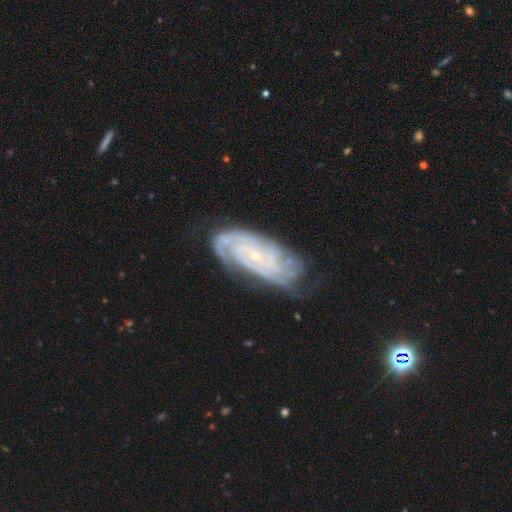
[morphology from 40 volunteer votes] featured or disk 80%, smooth 12%, star or artifact 8%. Down the decision tree: edge-on disk — no (94%); bar — no (60%); spiral arms — yes (100%); spiral arm count — 3 (43%); spiral winding — tight (60%); bulge size — small (80%); merging — none (65%).